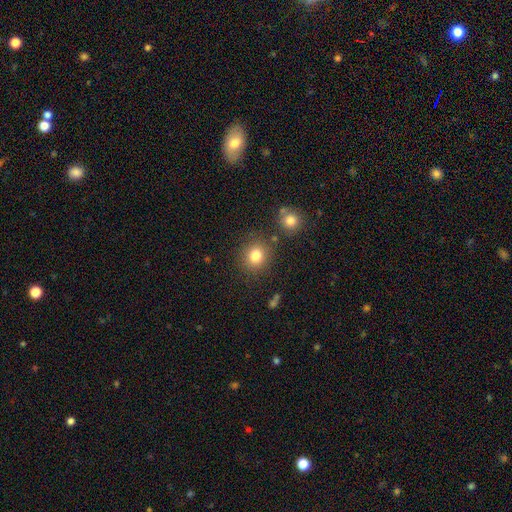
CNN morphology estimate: smooth_or_featured: smooth (p=0.81) [alt: star or artifact p=0.12]
how_rounded: round (p=0.83) [alt: in between p=0.16]
merging: none (p=0.82) [alt: minor disturbance p=0.09]